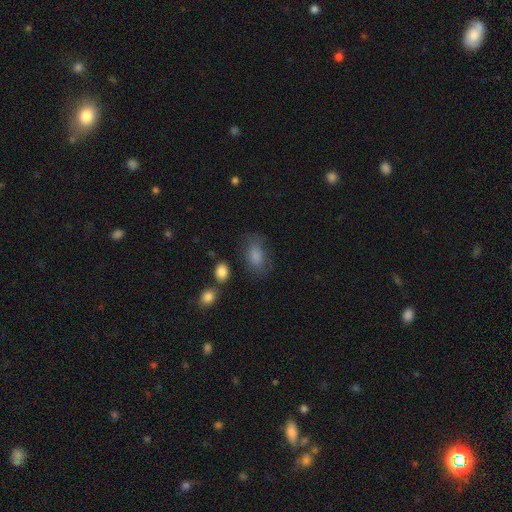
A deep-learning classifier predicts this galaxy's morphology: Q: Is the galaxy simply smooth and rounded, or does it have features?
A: smooth — 83%.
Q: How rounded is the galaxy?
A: in between — 88%.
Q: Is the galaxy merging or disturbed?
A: none — 65%.